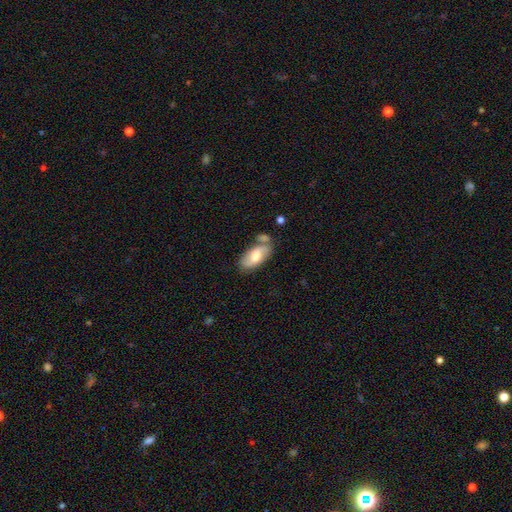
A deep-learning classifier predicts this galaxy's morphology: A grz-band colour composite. It shows a smooth galaxy with no disk features (58%) that is in between round and cigar-shaped (90%). Merging: none (57%).